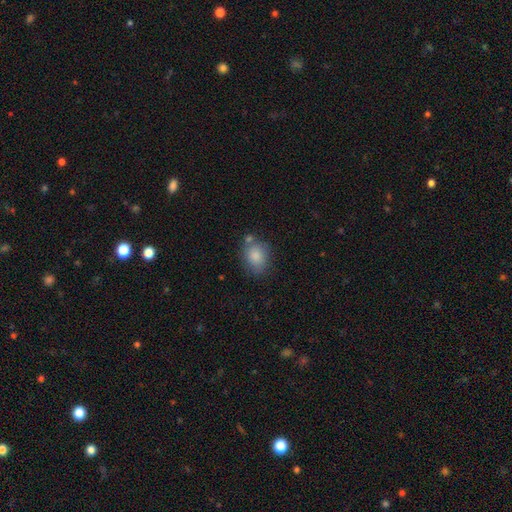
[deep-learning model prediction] This appears to be a smooth galaxy with no disk features (85%) that is in between round and cigar-shaped (57%). Merging: none (61%).